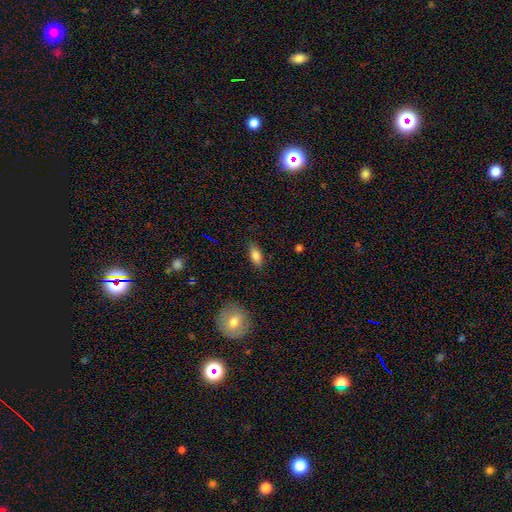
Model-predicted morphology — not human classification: type=smooth (80%); roundness=in between (82%); merging=none (85%).